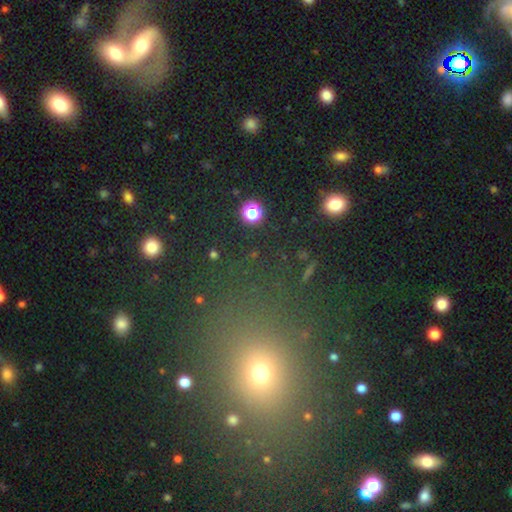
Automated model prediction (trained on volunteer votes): The model was most divided on "smooth or featured": smooth: 44%, star or artifact: 39%, featured or disk: 17%. More confident: merging — none (81%).